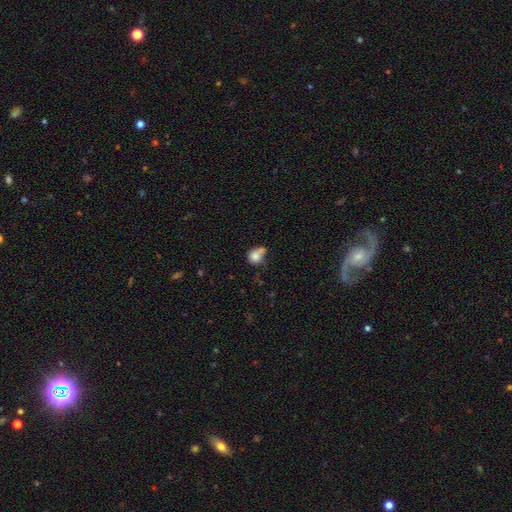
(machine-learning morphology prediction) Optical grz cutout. It shows a smooth galaxy with no disk features (79%) that is round (70%). Merging: none (37%).